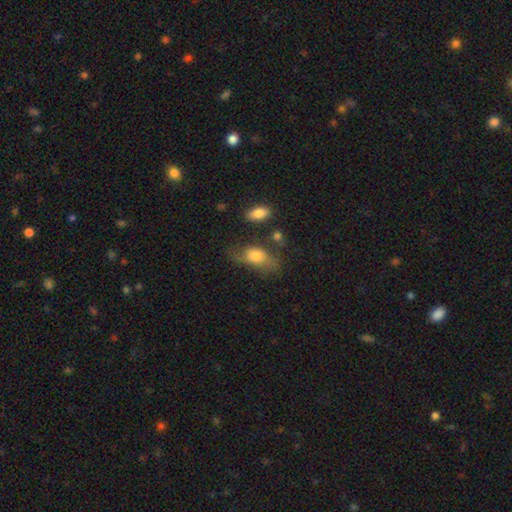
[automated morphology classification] type=smooth (65%); roundness=in between (83%); merging=none (41%).